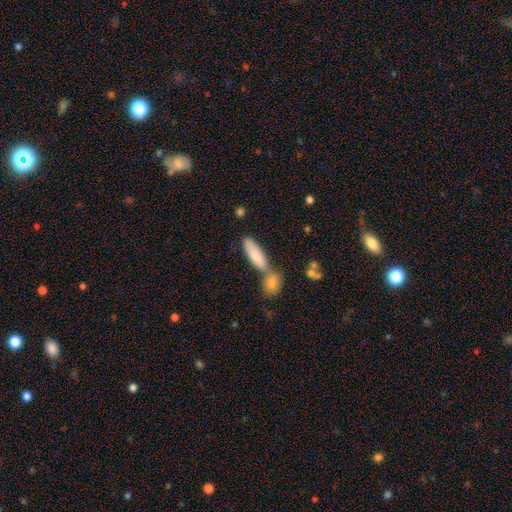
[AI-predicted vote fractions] This is likely a smooth galaxy (79%). How rounded: possibly cigar-shaped (52%). Merging: possibly none (52%).